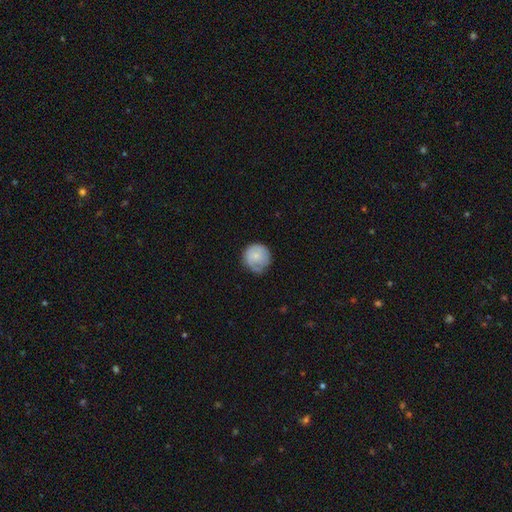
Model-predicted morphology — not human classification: Smooth or featured?
  - smooth: 71% *
  - featured or disk: 22%
  - star or artifact: 7%
How rounded?
  - round: 92% *
  - in between: 7%
  - cigar-shaped: 1%
Merging?
  - none: 62% *
  - minor disturbance: 29%
  - major disturbance: 8%
  - merger: 1%